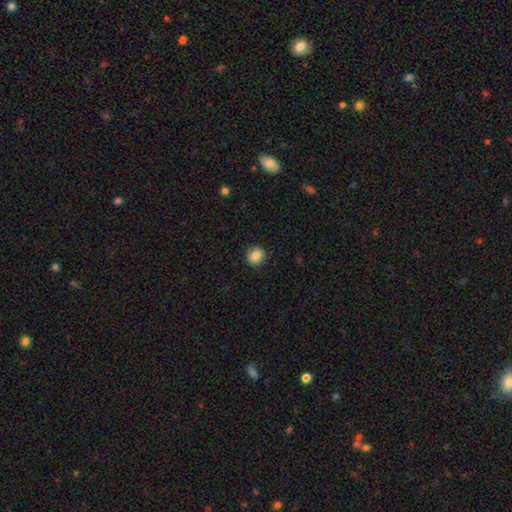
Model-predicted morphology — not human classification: A smooth galaxy with no disk features (86%) that is round (80%). Merging: none (89%).